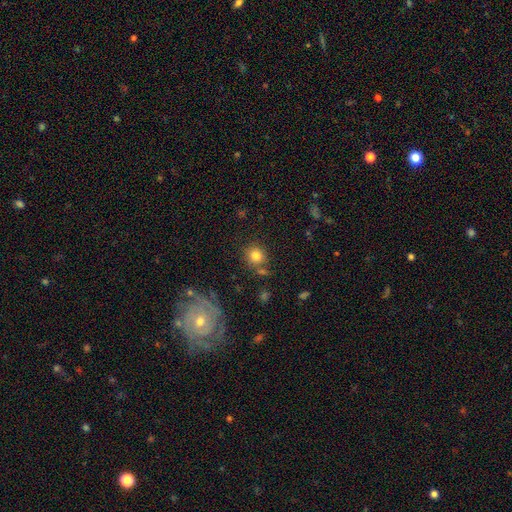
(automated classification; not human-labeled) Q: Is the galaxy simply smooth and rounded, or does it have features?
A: smooth — 82%.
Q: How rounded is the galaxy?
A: round — 87%.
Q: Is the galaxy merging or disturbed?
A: none — 76%.